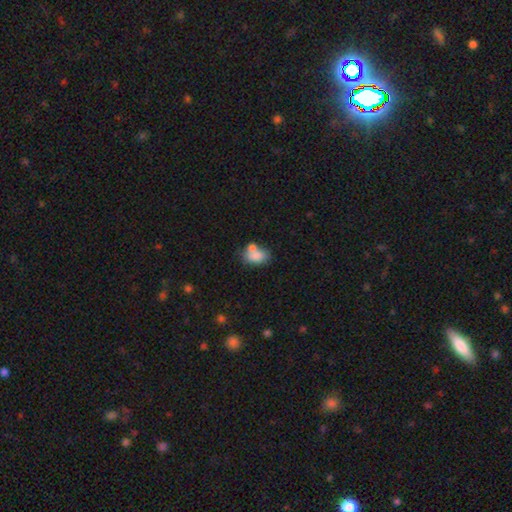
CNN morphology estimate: smooth-or-featured: smooth: 78% | featured or disk: 13% | star or artifact: 9%
  how-rounded: in between: 81% | round: 17% | cigar-shaped: 2%
  merging: none: 41% | merger: 37% | minor disturbance: 16% | major disturbance: 6%